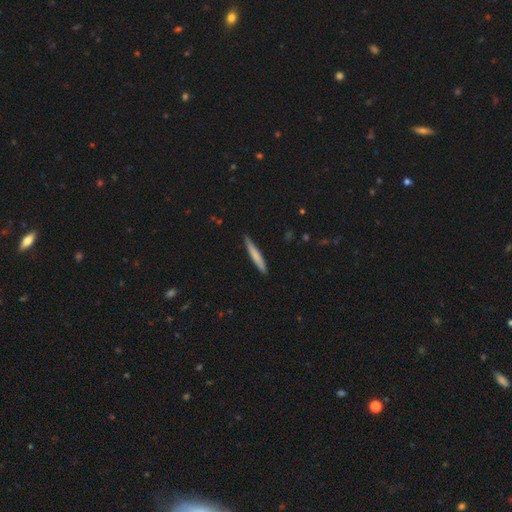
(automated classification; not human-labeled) Overall: smooth (71%). How rounded: cigar-shaped (96%). Merging: none (89%).